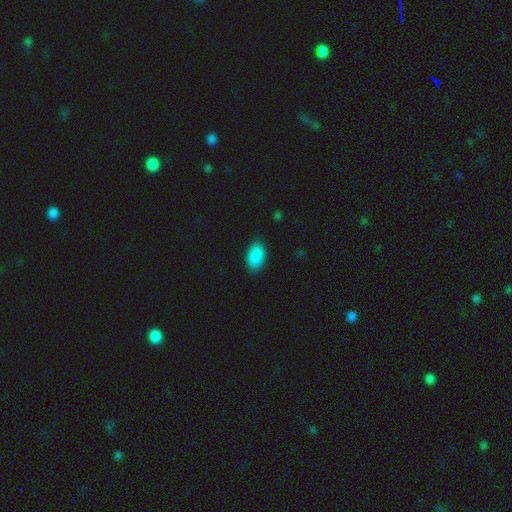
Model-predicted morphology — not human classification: smooth 89%, star or artifact 7%, featured or disk 3%. Down the decision tree: how rounded — in between (92%); merging — none (85%).